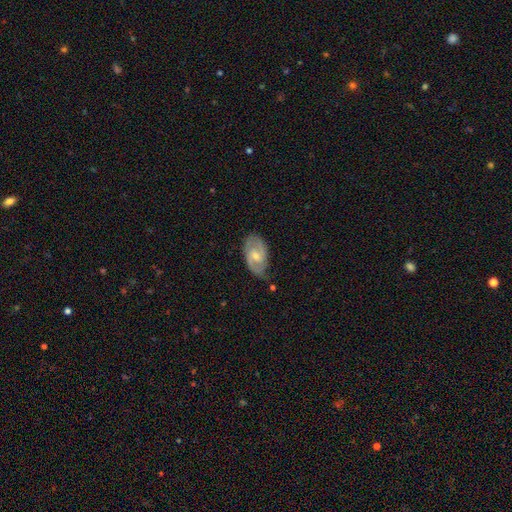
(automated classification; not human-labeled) smooth-or-featured: featured or disk: 80% | smooth: 15% | star or artifact: 5%
  disk-edge-on: no: 97% | yes: 3%
    bar: weak: 51% | no: 39% | strong: 10%
    has-spiral-arms: yes: 95% | no: 5%
      spiral-winding: medium: 51% | tight: 34% | loose: 15%
      spiral-arm-count: 2: 87% | can't tell: 7% | 1: 2% | 3: 2% | 4: 1% | more than 4: 1%
    bulge-size: small: 48% | moderate: 45% | none: 4% | large: 2% | dominant: 1%
  merging: none: 71% | minor disturbance: 21% | major disturbance: 6% | merger: 2%